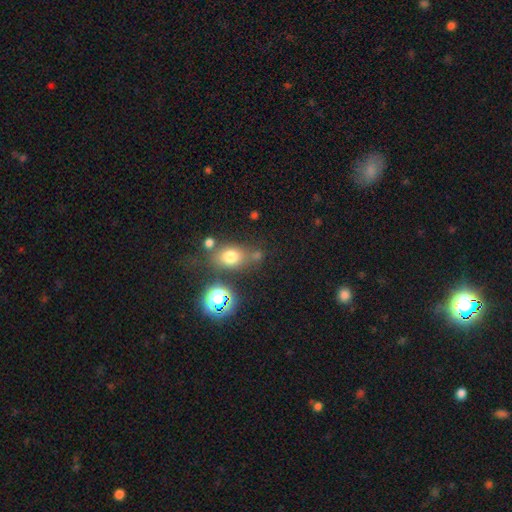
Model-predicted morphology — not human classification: smooth-or-featured: smooth: 63% | star or artifact: 25% | featured or disk: 12%
  how-rounded: in between: 51% | round: 46% | cigar-shaped: 3%
  merging: none: 65% | minor disturbance: 15% | merger: 14% | major disturbance: 6%